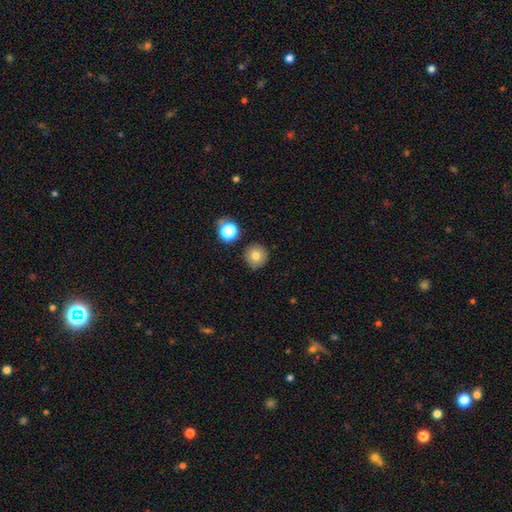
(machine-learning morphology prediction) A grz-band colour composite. It shows a smooth galaxy with no disk features (77%) that is round (95%). Merging: none (87%).